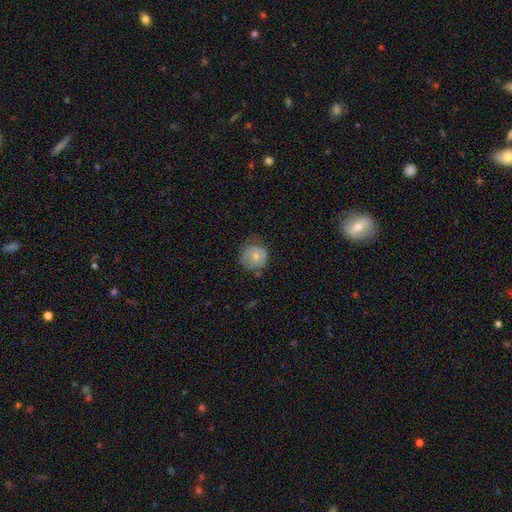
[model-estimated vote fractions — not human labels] This is likely a smooth galaxy (65%). How rounded: clearly round (87%). Merging: possibly none (54%).